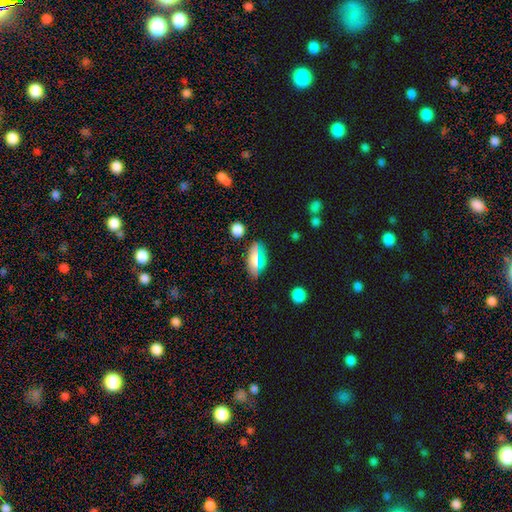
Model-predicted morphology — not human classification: Overall: smooth (64%). How rounded: in between (80%). Merging: none (85%).